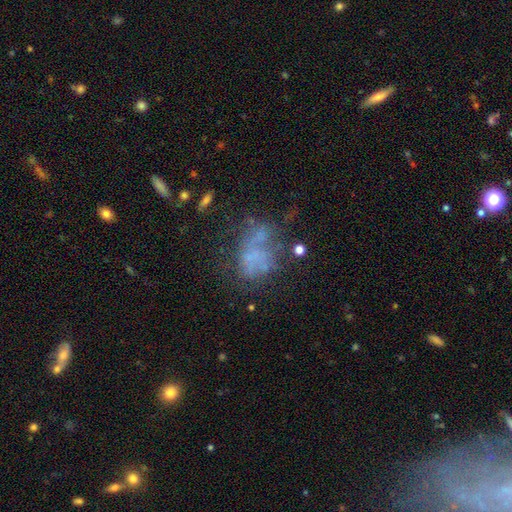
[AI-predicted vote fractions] This appears to be a featured or disk galaxy (48%). Merging: none (35%).